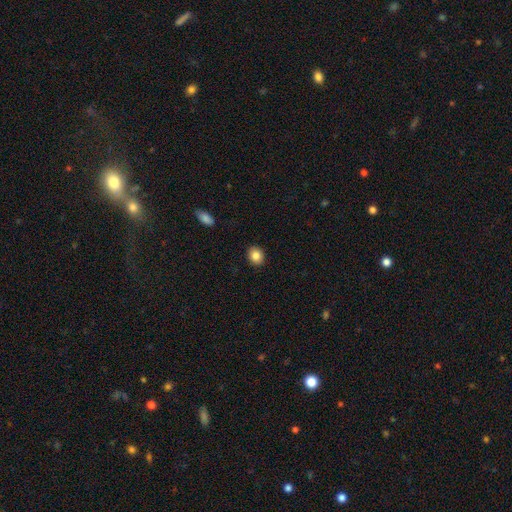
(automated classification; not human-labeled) A smooth galaxy with no disk features (85%) that is round (59%). Merging: none (91%).